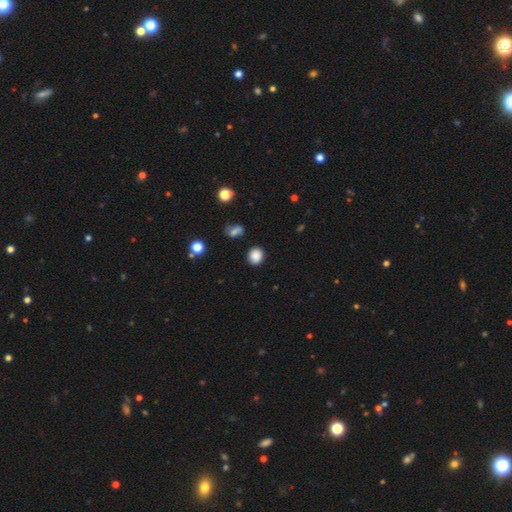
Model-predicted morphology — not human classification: Smooth or featured? Predicted: smooth (p=0.86). How rounded? Predicted: round (p=0.70). Merging? Predicted: none (p=0.87).